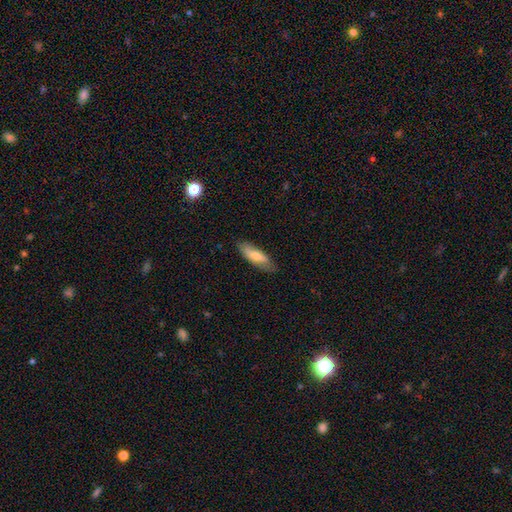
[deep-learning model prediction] smooth-or-featured: smooth: 62% | featured or disk: 32% | star or artifact: 7%
  how-rounded: in between: 50% | cigar-shaped: 48% | round: 2%
  merging: none: 80% | minor disturbance: 16% | major disturbance: 3% | merger: 1%